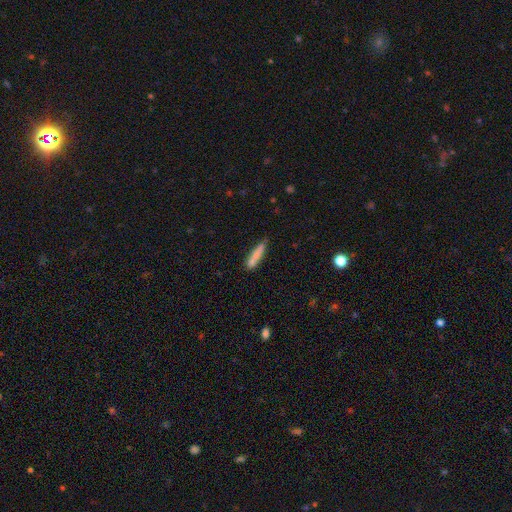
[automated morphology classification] Smooth or featured?
  - smooth: 79% *
  - featured or disk: 14%
  - star or artifact: 7%
How rounded?
  - cigar-shaped: 89% *
  - in between: 10%
  - round: 1%
Merging?
  - none: 74% *
  - minor disturbance: 18%
  - merger: 5%
  - major disturbance: 3%